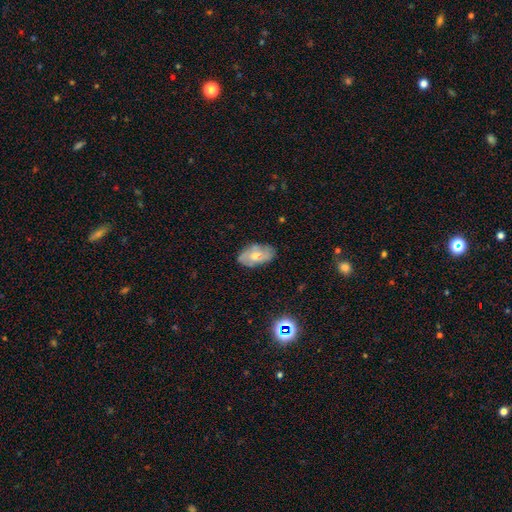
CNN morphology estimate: smooth 54%, featured or disk 39%, star or artifact 7%. Down the decision tree: how rounded — in between (92%); merging — none (70%).